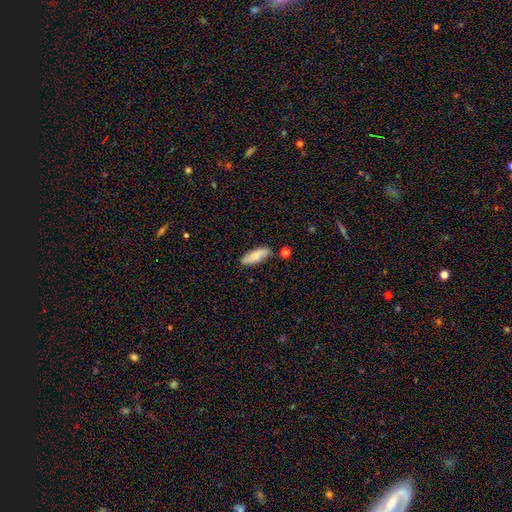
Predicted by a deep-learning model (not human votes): Q: Smooth or featured?
A: smooth (80%); runner-up: featured or disk (14%)
Q: How rounded?
A: in between (61%); runner-up: cigar-shaped (37%)
Q: Merging?
A: none (81%); runner-up: minor disturbance (13%)